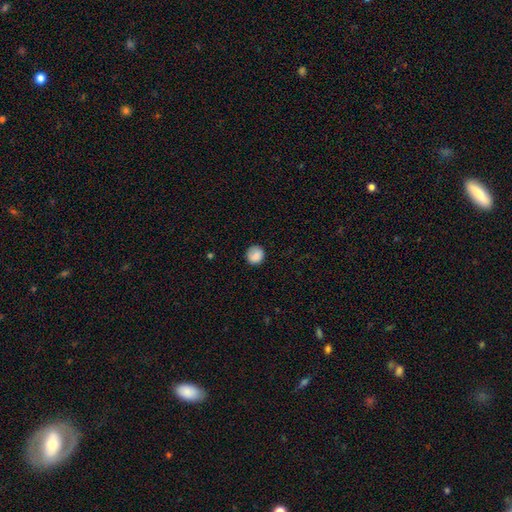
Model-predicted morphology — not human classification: Q: Smooth or featured?
A: smooth (86%); runner-up: star or artifact (8%)
Q: How rounded?
A: round (87%); runner-up: in between (12%)
Q: Merging?
A: none (82%); runner-up: minor disturbance (13%)